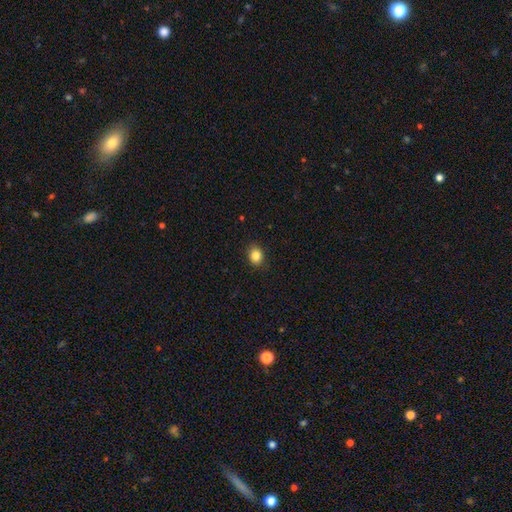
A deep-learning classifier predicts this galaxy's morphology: Smooth or featured? smooth (85%)
How rounded? round (50%)
Merging? none (87%)